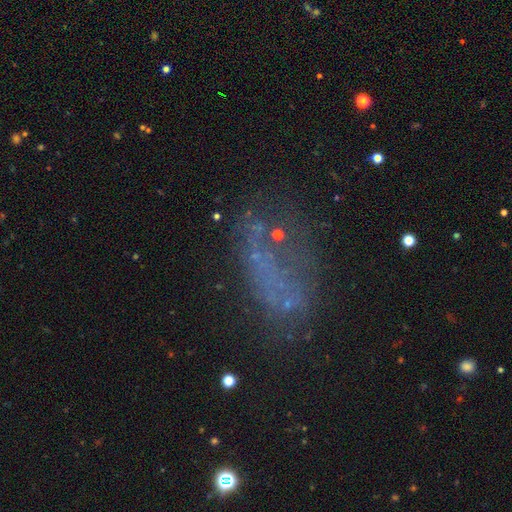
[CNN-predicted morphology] Smooth or featured? Predicted: featured or disk (p=0.39). Merging? Predicted: none (p=0.44).